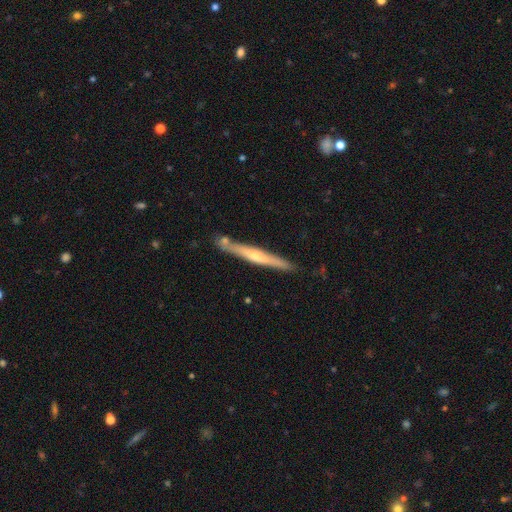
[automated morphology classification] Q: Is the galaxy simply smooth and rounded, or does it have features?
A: featured or disk — 62%.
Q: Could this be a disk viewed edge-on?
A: yes — 96%.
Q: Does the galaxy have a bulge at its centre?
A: rounded — 62%.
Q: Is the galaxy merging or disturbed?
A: none — 82%.